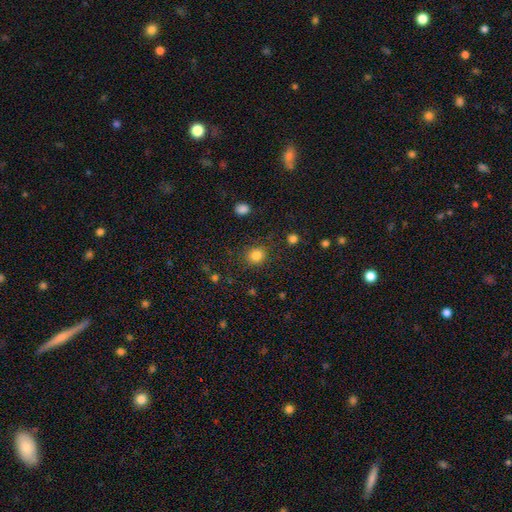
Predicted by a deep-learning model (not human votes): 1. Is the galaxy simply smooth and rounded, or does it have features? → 84% smooth, 12% star or artifact, 4% featured or disk.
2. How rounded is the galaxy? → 83% round, 16% in between, 1% cigar-shaped.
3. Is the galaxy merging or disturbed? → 85% none, 9% minor disturbance, 4% major disturbance, 2% merger.